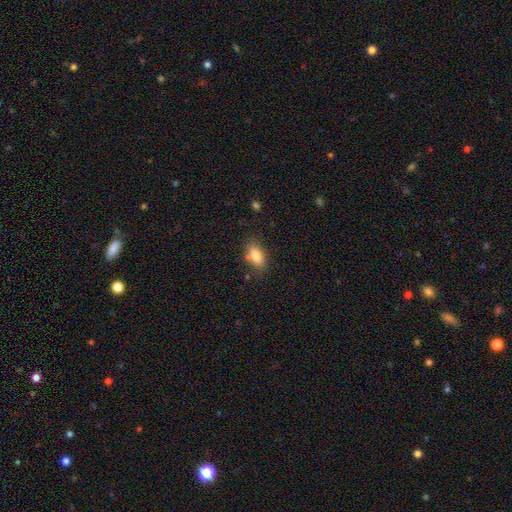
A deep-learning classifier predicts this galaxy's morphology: The model was most divided on "merging": none: 75%, minor disturbance: 17%, merger: 4%, major disturbance: 4%. More confident: how rounded — in between (85%); smooth or featured — smooth (80%).